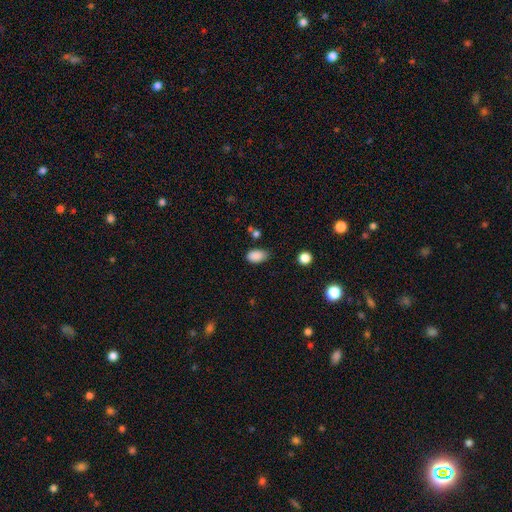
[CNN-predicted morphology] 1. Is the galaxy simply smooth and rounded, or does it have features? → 87% smooth, 9% star or artifact, 4% featured or disk.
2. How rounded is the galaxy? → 90% in between, 9% round, 1% cigar-shaped.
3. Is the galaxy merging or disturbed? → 72% none, 21% minor disturbance, 4% major disturbance, 3% merger.